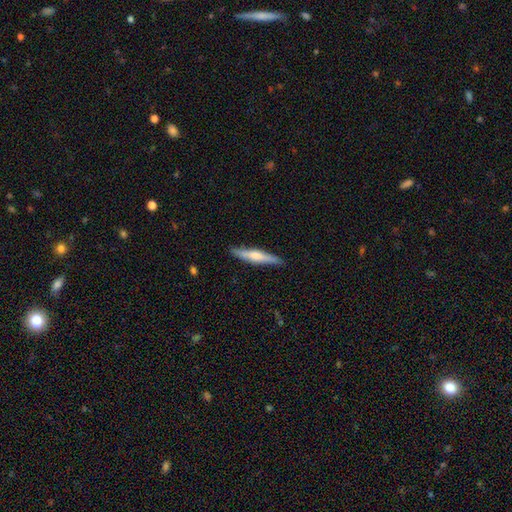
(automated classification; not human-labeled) smooth_or_featured: featured or disk (p=0.48) [alt: smooth p=0.46]
merging: none (p=0.89) [alt: minor disturbance p=0.08]